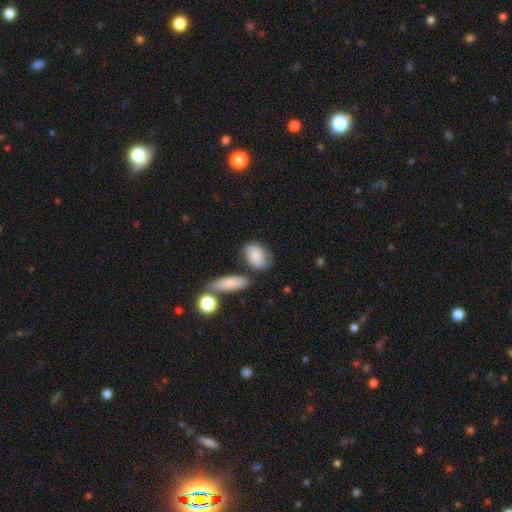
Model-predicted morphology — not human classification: This is likely a smooth galaxy (69%). How rounded: likely in between (75%). Merging: likely none (61%).